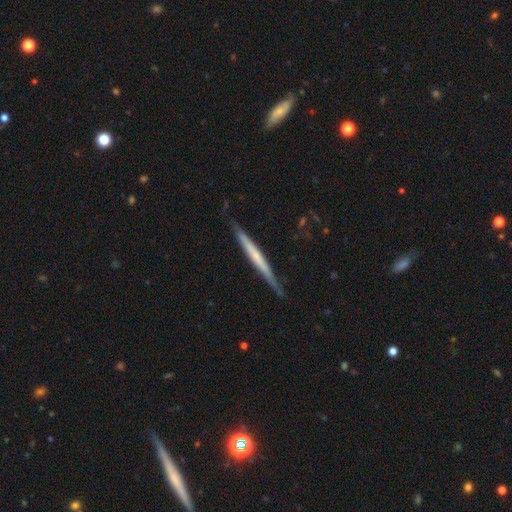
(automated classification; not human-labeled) The model was most divided on "smooth or featured": featured or disk: 56%, smooth: 39%, star or artifact: 5%. More confident: edge-on disk — yes (96%); merging — none (83%); edge-on bulge — none (77%).